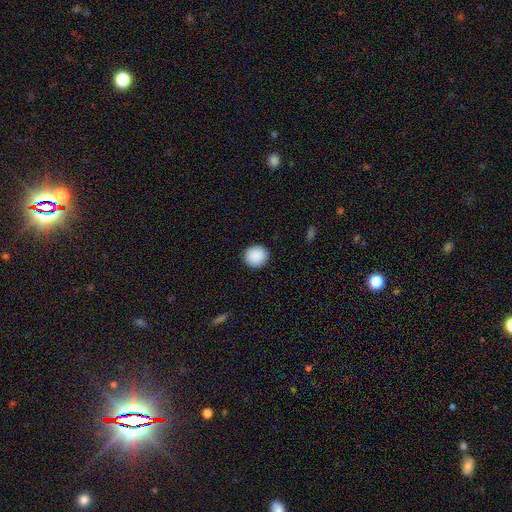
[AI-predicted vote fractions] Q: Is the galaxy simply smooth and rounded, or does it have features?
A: smooth — 90%.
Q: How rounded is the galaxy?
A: round — 90%.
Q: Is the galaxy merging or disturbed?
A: none — 92%.